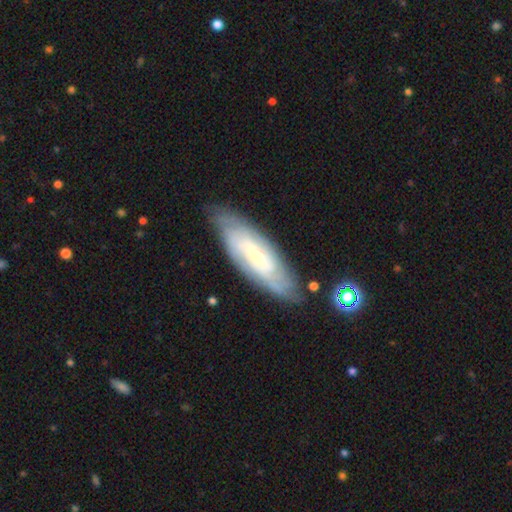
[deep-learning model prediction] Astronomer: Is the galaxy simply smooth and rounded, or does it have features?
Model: featured or disk — 66%.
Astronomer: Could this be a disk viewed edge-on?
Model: no — 81%.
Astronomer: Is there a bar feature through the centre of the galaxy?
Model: no — 53% (runner-up: weak, 36%).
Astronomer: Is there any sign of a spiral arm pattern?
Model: yes — 87%.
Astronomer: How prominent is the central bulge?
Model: small — 67%.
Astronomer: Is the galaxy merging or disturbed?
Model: none — 77%.